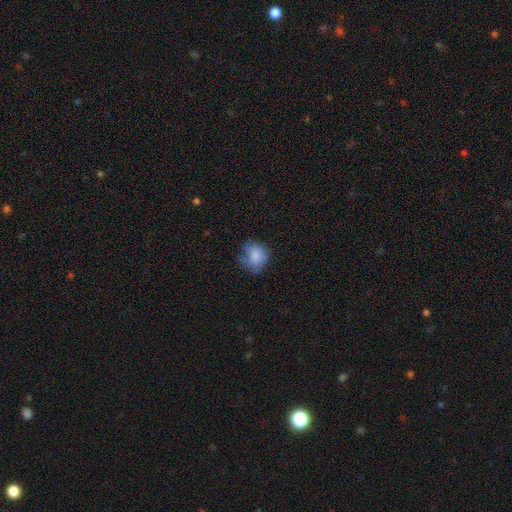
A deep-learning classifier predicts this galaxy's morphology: Smooth or featured? Predicted: smooth (p=0.75). How rounded? Predicted: round (p=0.67). Merging? Predicted: none (p=0.57).